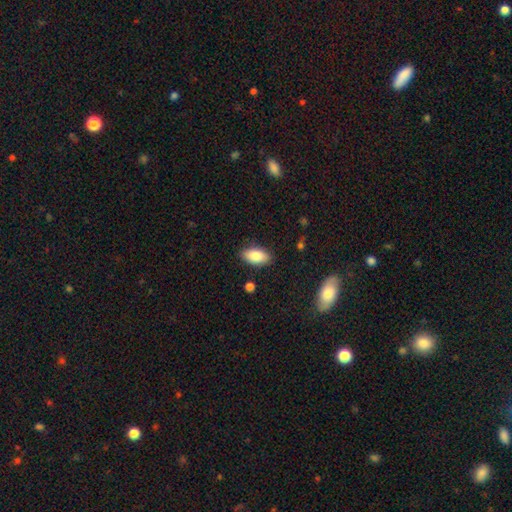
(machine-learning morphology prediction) Smooth or featured: smooth — 85% (featured or disk — 8%)
How rounded: in between — 92% (cigar-shaped — 5%)
Merging: none — 87% (minor disturbance — 9%)